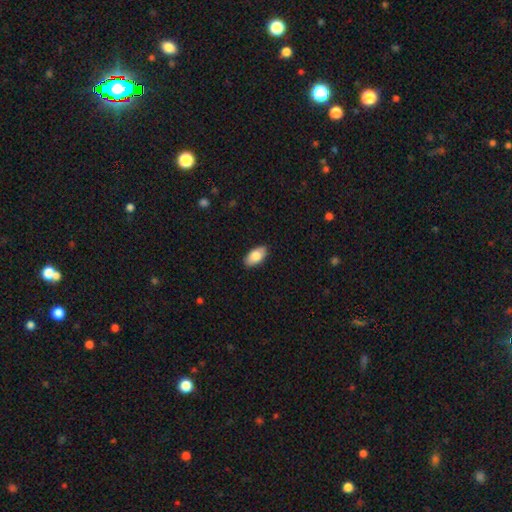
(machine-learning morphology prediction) This is clearly a smooth galaxy (83%). How rounded: clearly in between (94%). Merging: clearly none (88%).